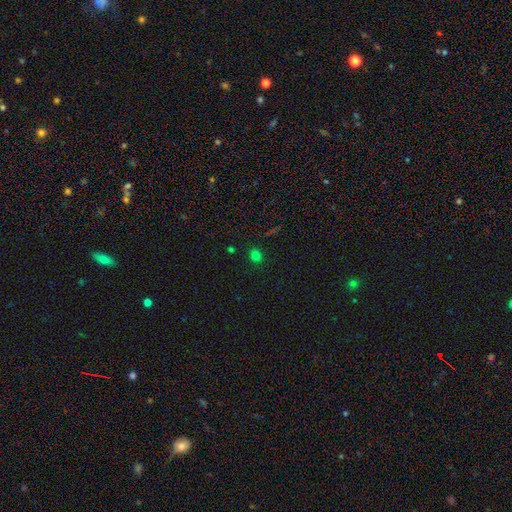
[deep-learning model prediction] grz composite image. It shows a smooth galaxy with no disk features (75%) that is round (78%). Merging: none (88%).